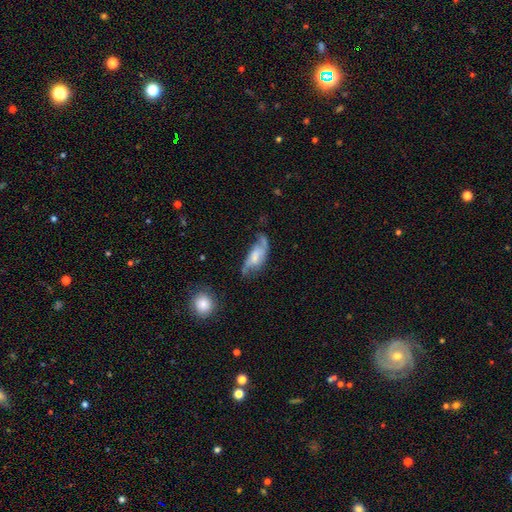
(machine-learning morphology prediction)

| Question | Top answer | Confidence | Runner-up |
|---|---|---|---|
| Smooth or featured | featured or disk | 58% | smooth (35%) |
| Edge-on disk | no | 86% | yes (14%) |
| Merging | none | 44% | minor disturbance (29%) |